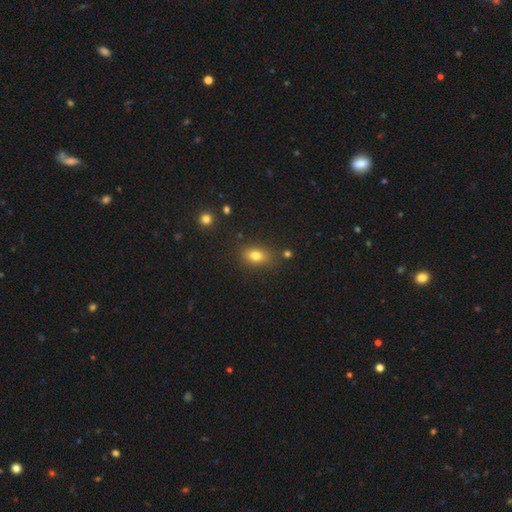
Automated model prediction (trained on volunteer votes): This appears to be a smooth galaxy with no disk features (78%) that is in between round and cigar-shaped (77%). Merging: none (81%).